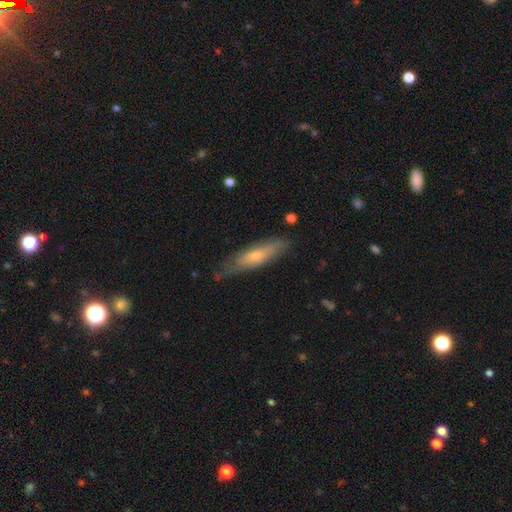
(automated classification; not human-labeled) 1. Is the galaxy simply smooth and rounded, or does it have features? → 52% smooth, 42% featured or disk, 6% star or artifact.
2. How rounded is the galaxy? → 70% cigar-shaped, 28% in between, 2% round.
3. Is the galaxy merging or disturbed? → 70% none, 23% minor disturbance, 5% major disturbance, 2% merger.